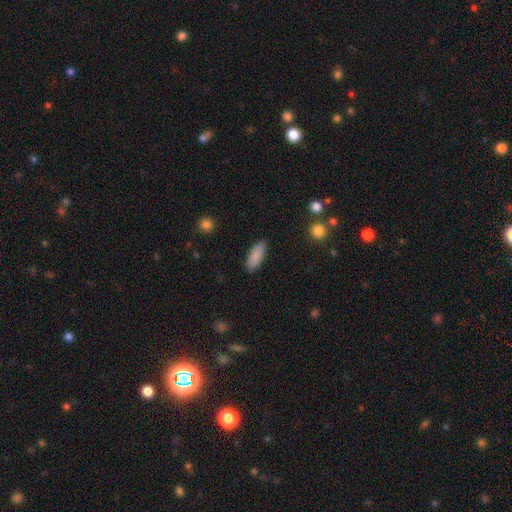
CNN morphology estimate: smooth 89%, star or artifact 6%, featured or disk 5%. Down the decision tree: how rounded — in between (72%); merging — none (88%).